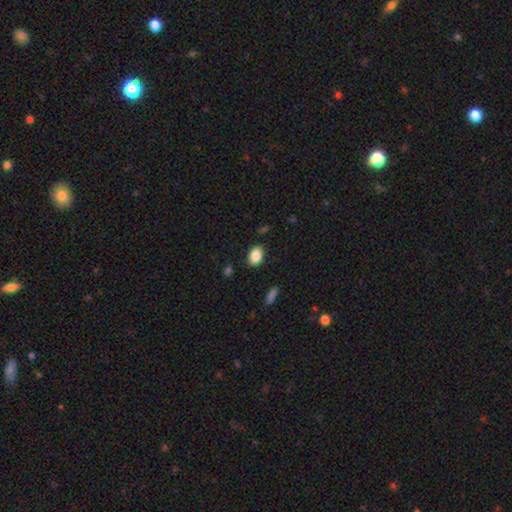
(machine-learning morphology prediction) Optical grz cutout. It shows a smooth galaxy with no disk features (87%) that is in between round and cigar-shaped (82%). Merging: none (86%).